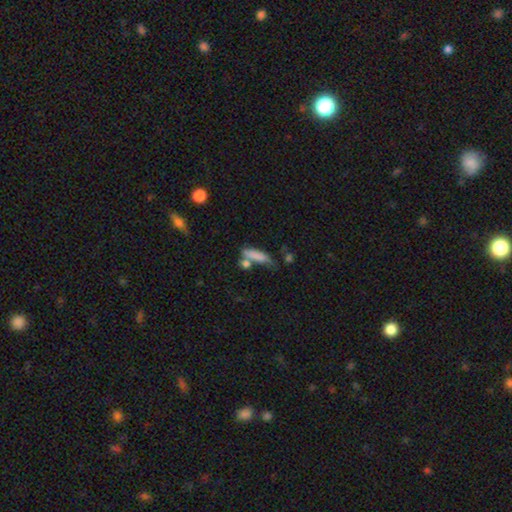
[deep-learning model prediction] Morphology: type=smooth (77%); roundness=cigar-shaped (52%); merging=none (40%).